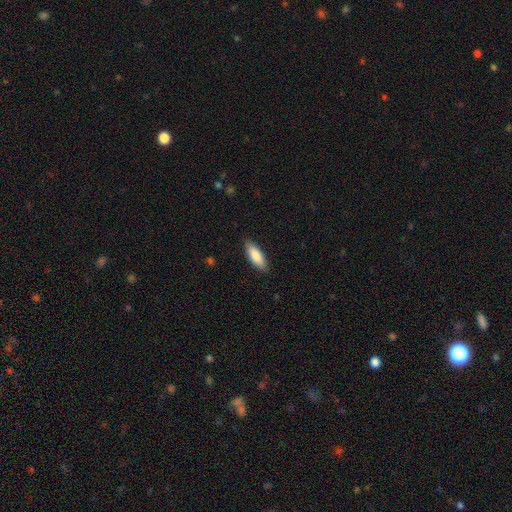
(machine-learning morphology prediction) The model was most divided on "how rounded": in between: 63%, cigar-shaped: 35%, round: 2%. More confident: merging — none (87%); smooth or featured — smooth (85%).